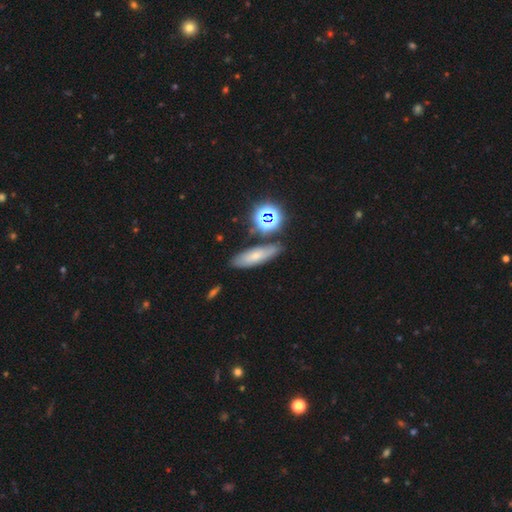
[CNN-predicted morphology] A smooth galaxy with no disk features (59%) that is in between round and cigar-shaped (48%). Merging: none (79%).